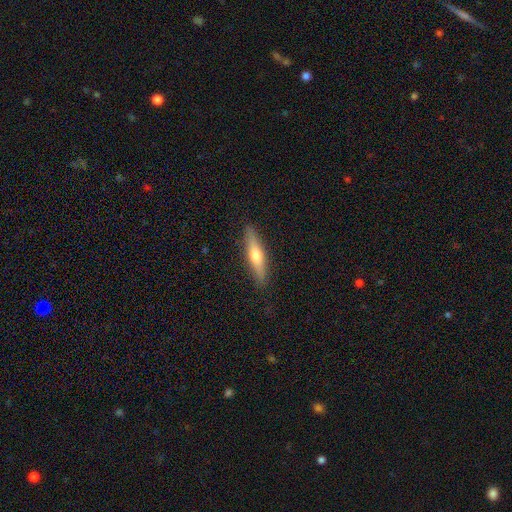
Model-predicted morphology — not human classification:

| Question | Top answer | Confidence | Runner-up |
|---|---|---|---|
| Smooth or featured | smooth | 51% | featured or disk (44%) |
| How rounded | cigar-shaped | 82% | in between (16%) |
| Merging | none | 90% | minor disturbance (8%) |